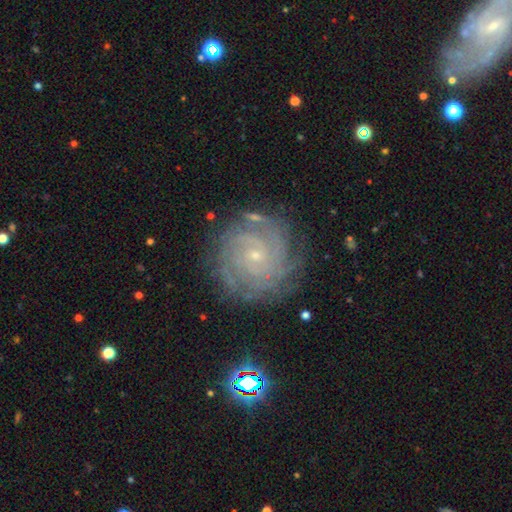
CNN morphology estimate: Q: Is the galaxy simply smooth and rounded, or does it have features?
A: featured or disk — 85%.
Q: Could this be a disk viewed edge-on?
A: no — 98%.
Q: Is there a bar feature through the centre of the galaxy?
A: no — 73%.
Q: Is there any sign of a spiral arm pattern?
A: yes — 97%.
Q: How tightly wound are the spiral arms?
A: tight — 80%.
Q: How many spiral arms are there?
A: can't tell — 25%.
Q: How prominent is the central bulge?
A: small — 86%.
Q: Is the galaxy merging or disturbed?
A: none — 79%.